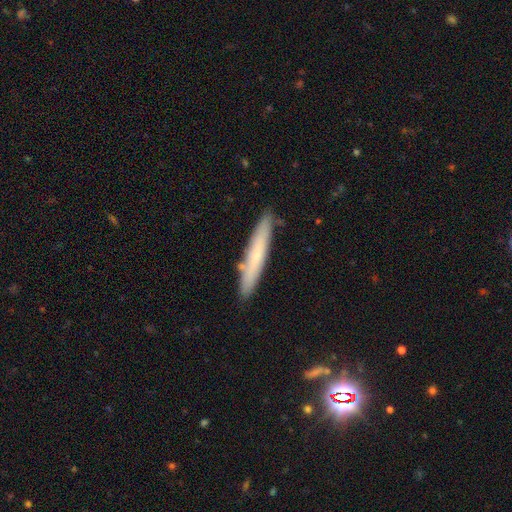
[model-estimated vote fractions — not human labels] smooth_or_featured: smooth (p=0.57) [alt: featured or disk p=0.37]
how_rounded: cigar-shaped (p=0.93) [alt: in between p=0.05]
merging: none (p=0.86) [alt: minor disturbance p=0.10]